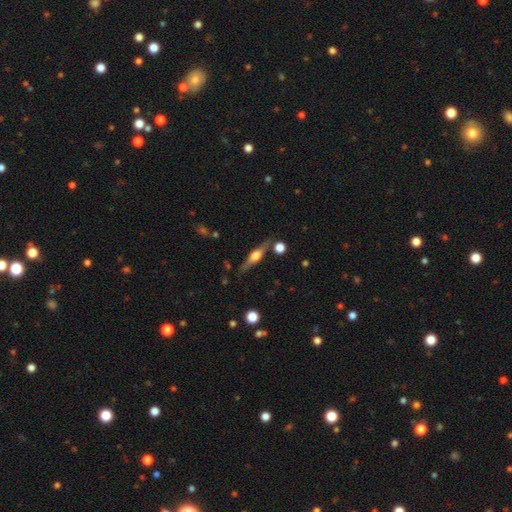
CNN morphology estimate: Overall: featured or disk (72%). Edge-on disk: yes (96%). Edge-on bulge: rounded (88%). Merging: none (80%).